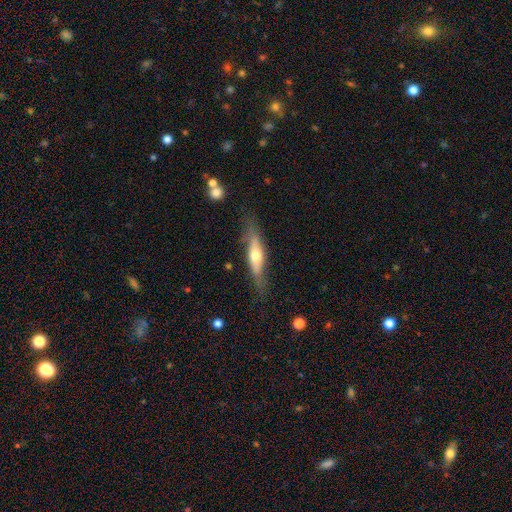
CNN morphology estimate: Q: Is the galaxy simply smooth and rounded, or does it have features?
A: featured or disk — 52%.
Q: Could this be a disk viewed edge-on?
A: yes — 78%.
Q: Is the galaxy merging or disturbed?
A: none — 72%.